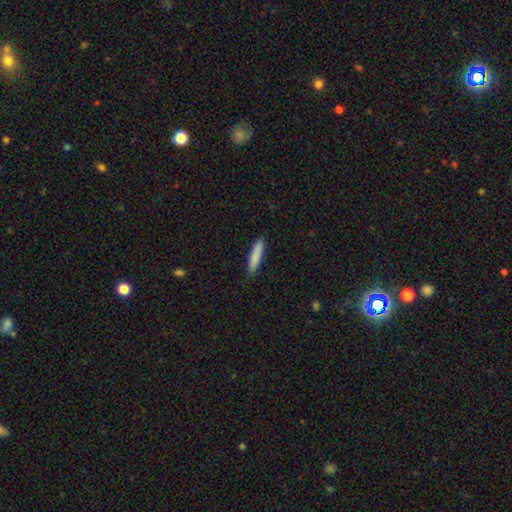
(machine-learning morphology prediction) This is clearly a smooth galaxy (85%). How rounded: clearly cigar-shaped (87%). Merging: clearly none (88%).